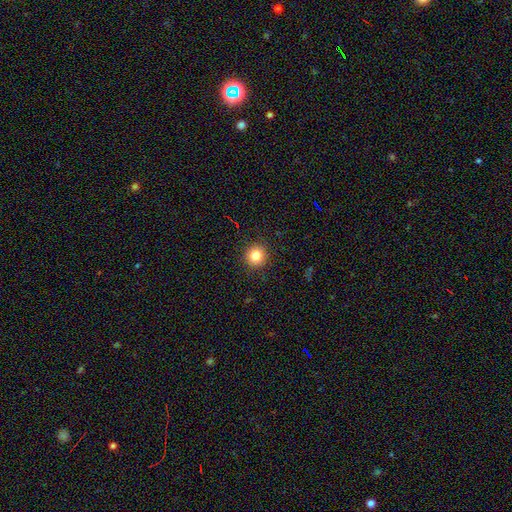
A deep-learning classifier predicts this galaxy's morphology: Q: Smooth or featured?
A: smooth (83%); runner-up: star or artifact (11%)
Q: How rounded?
A: round (91%); runner-up: in between (8%)
Q: Merging?
A: none (91%); runner-up: minor disturbance (6%)